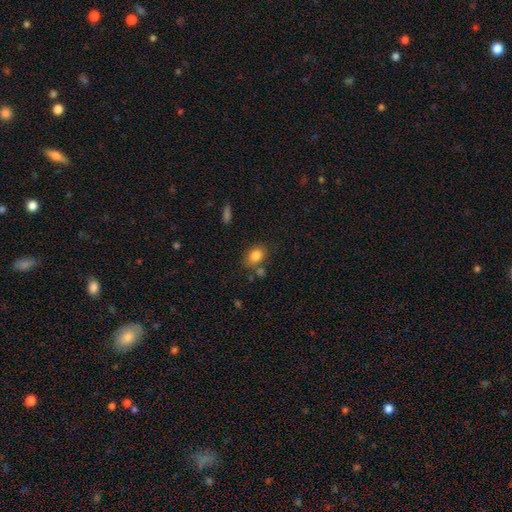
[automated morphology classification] Overall: smooth (83%). How rounded: in between (70%). Merging: none (71%).